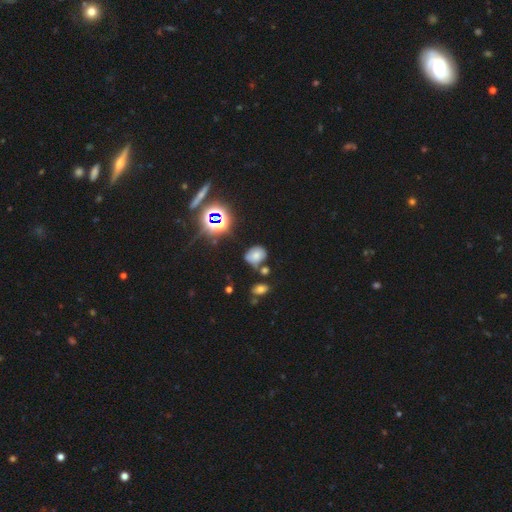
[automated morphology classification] Smooth or featured? smooth (58%)
How rounded? in between (54%)
Merging? none (61%)